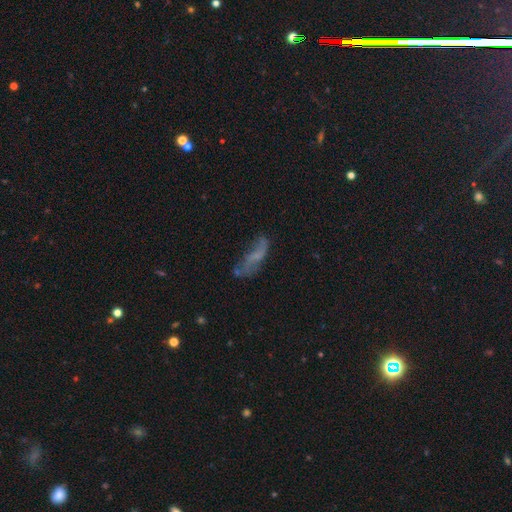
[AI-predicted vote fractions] A featured or disk galaxy (51%). Merging: none (45%).